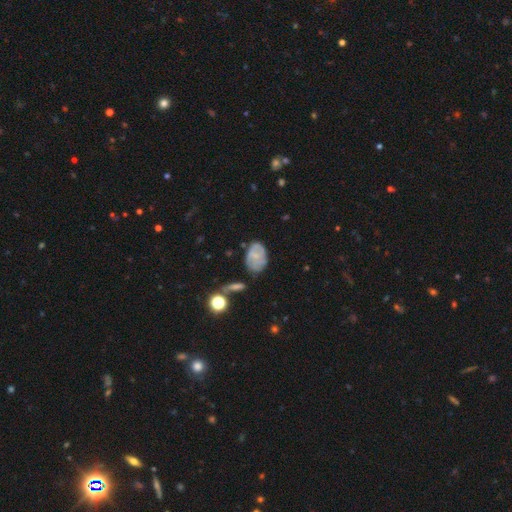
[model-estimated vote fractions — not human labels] Overall: smooth (46%; featured or disk 45%). Merging: none (54%; minor disturbance 28%).